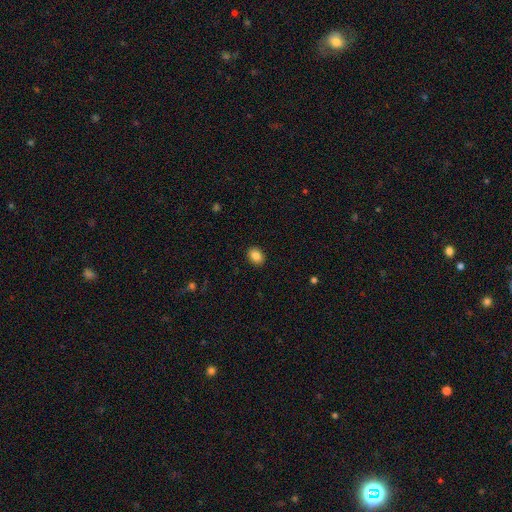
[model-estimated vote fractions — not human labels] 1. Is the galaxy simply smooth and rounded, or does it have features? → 87% smooth, 9% star or artifact, 4% featured or disk.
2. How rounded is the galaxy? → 69% in between, 30% round, 1% cigar-shaped.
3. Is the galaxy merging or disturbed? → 91% none, 6% minor disturbance, 2% major disturbance, 1% merger.